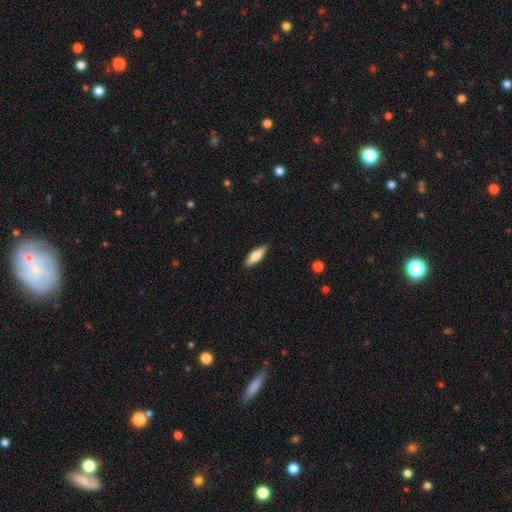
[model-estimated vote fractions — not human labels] Q: Smooth or featured?
A: smooth (71%); runner-up: featured or disk (24%)
Q: How rounded?
A: cigar-shaped (53%); runner-up: in between (45%)
Q: Merging?
A: none (89%); runner-up: minor disturbance (8%)